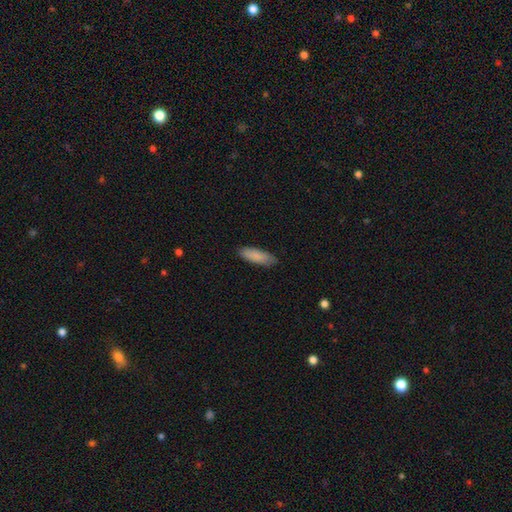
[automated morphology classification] smooth_or_featured: smooth (p=0.86) [alt: featured or disk p=0.08]
how_rounded: in between (p=0.58) [alt: cigar-shaped p=0.41]
merging: none (p=0.82) [alt: minor disturbance p=0.15]